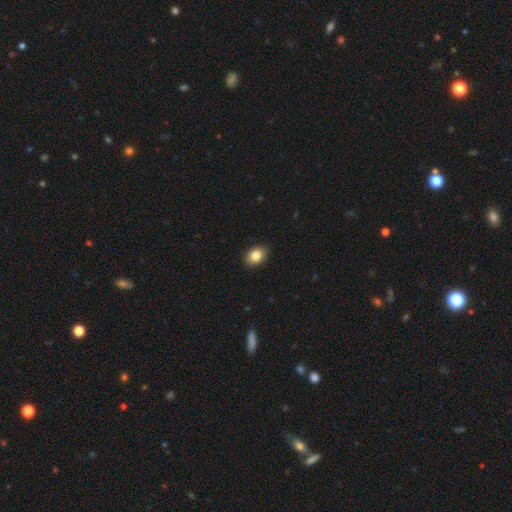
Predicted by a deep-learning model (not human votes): Smooth or featured? Predicted: smooth (p=0.84). How rounded? Predicted: in between (p=0.73). Merging? Predicted: none (p=0.90).